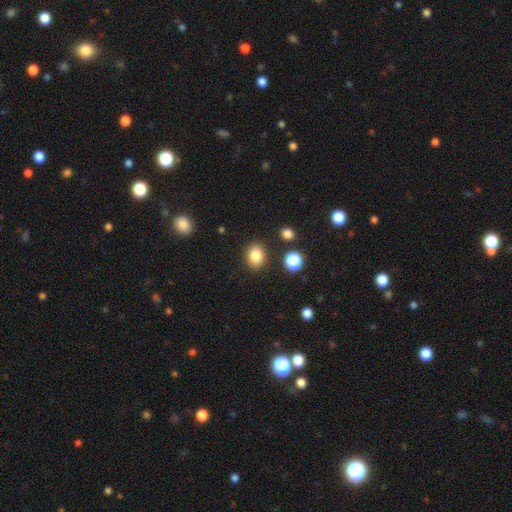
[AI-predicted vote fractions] The model was most divided on "how rounded": in between: 51%, round: 48%, cigar-shaped: 1%. More confident: merging — none (86%); smooth or featured — smooth (83%).